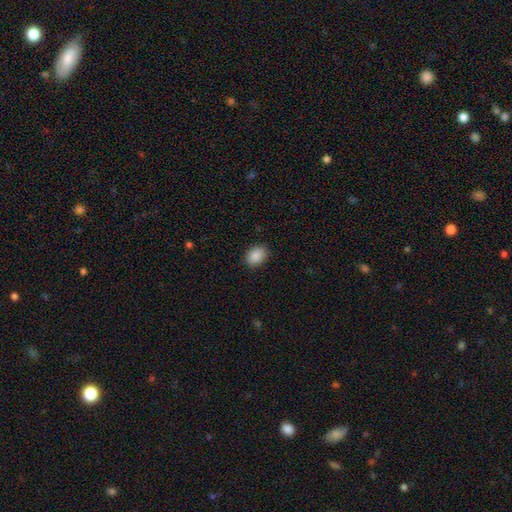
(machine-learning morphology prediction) Q: Smooth or featured?
A: smooth (89%); runner-up: star or artifact (8%)
Q: How rounded?
A: in between (68%); runner-up: round (31%)
Q: Merging?
A: none (87%); runner-up: minor disturbance (9%)